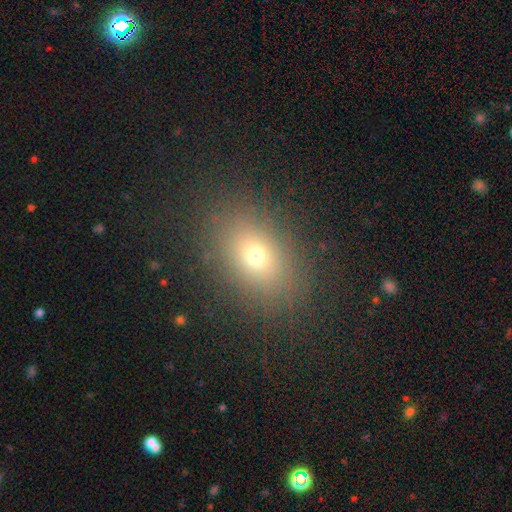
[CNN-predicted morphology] Smooth or featured: smooth — 70% (star or artifact — 17%)
How rounded: in between — 73% (round — 26%)
Merging: none — 86% (minor disturbance — 8%)